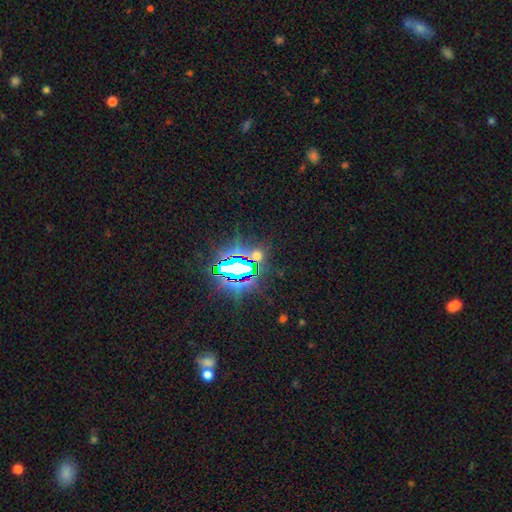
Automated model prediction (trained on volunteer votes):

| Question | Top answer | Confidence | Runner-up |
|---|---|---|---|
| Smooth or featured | star or artifact | 71% | smooth (20%) |